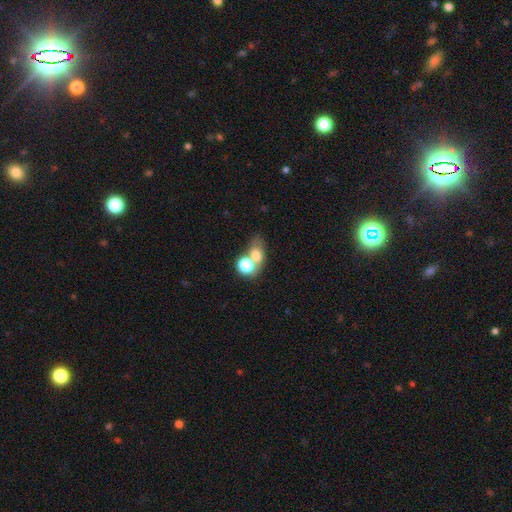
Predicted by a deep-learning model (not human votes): smooth-or-featured: smooth: 67% | featured or disk: 17% | star or artifact: 16%
  how-rounded: in between: 56% | round: 41% | cigar-shaped: 3%
  merging: merger: 48% | none: 36% | minor disturbance: 9% | major disturbance: 7%